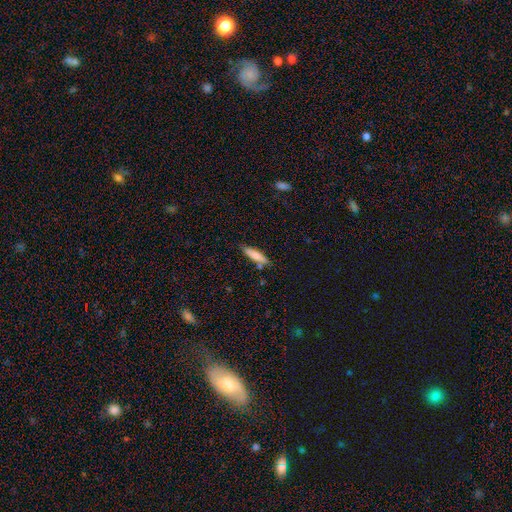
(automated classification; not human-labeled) Smooth or featured? Predicted: smooth (p=0.76). How rounded? Predicted: cigar-shaped (p=0.72). Merging? Predicted: none (p=0.77).